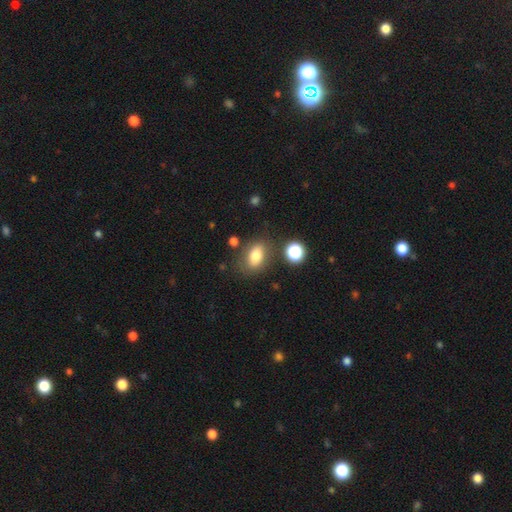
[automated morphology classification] Overall: smooth (79%). How rounded: in between (82%). Merging: none (74%).